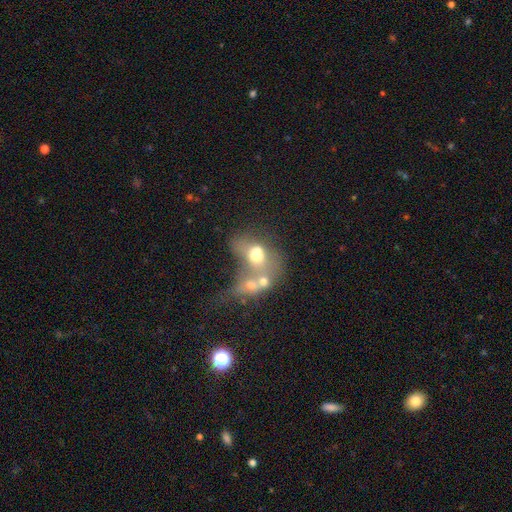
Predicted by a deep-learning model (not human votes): smooth 50%, featured or disk 35%, star or artifact 15%. Down the decision tree: merging — merger (69%).